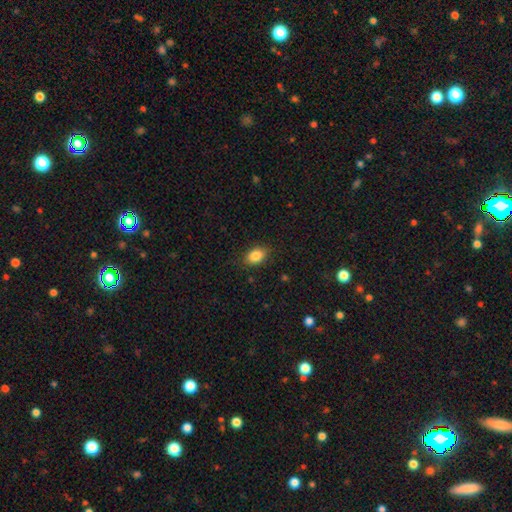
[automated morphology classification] type=smooth (85%); roundness=in between (83%); merging=none (86%).